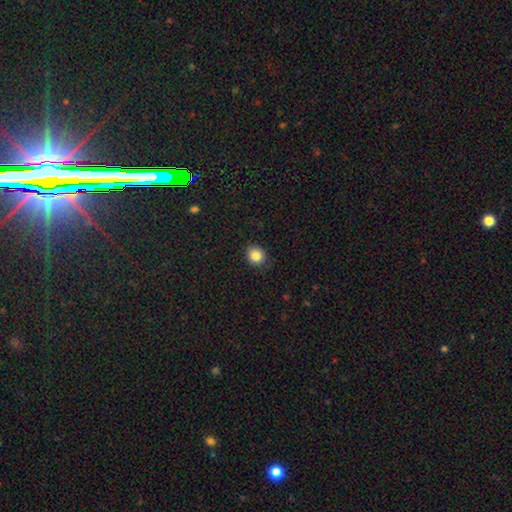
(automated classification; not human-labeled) Smooth or featured? Predicted: smooth (p=0.84). How rounded? Predicted: round (p=0.82). Merging? Predicted: none (p=0.85).